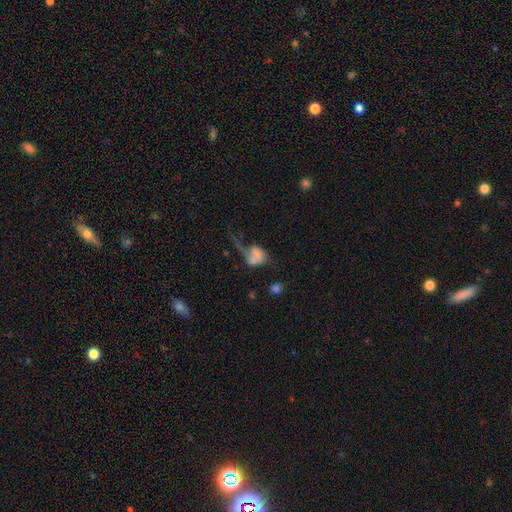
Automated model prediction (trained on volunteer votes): A smooth galaxy with no disk features (56%) that is in between round and cigar-shaped (66%). Merging: major disturbance (40%).